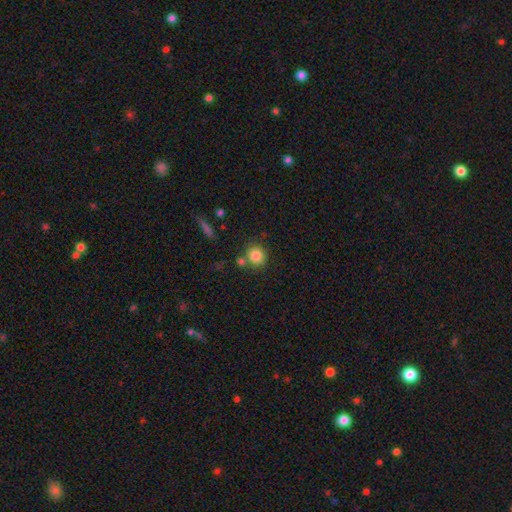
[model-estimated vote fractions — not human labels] Overall: smooth (84%). How rounded: round (87%). Merging: none (71%).